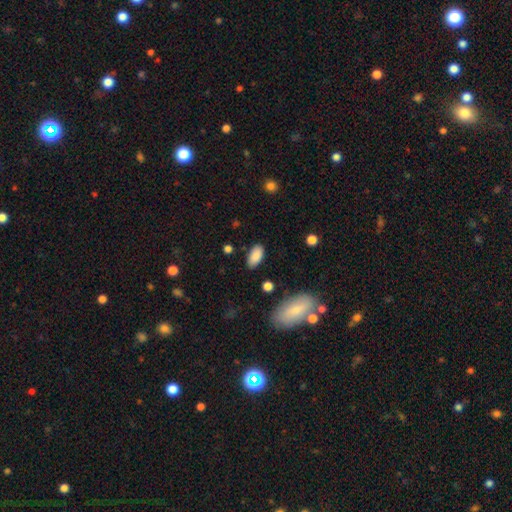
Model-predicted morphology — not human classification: The model was most divided on "merging": none: 84%, minor disturbance: 12%, major disturbance: 3%, merger: 2%. More confident: how rounded — in between (93%); smooth or featured — smooth (87%).